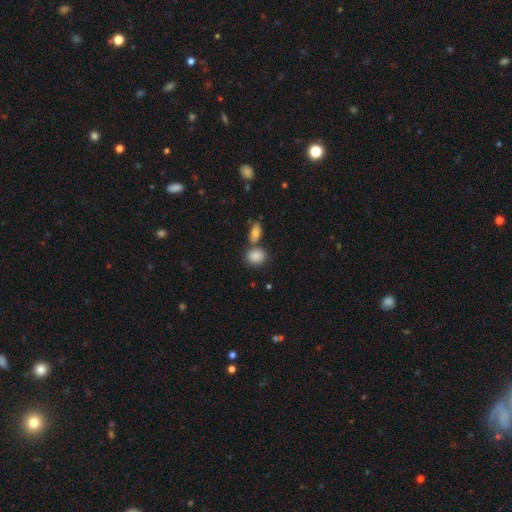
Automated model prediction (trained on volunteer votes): smooth-or-featured: smooth: 87% | star or artifact: 7% | featured or disk: 6%
  how-rounded: in between: 59% | round: 39% | cigar-shaped: 2%
  merging: none: 54% | merger: 30% | minor disturbance: 12% | major disturbance: 4%